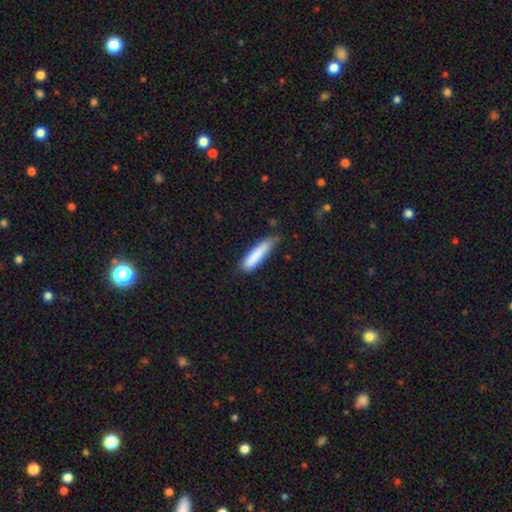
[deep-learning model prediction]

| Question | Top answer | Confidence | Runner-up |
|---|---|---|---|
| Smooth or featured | smooth | 84% | featured or disk (10%) |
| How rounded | cigar-shaped | 79% | in between (20%) |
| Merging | none | 65% | minor disturbance (28%) |